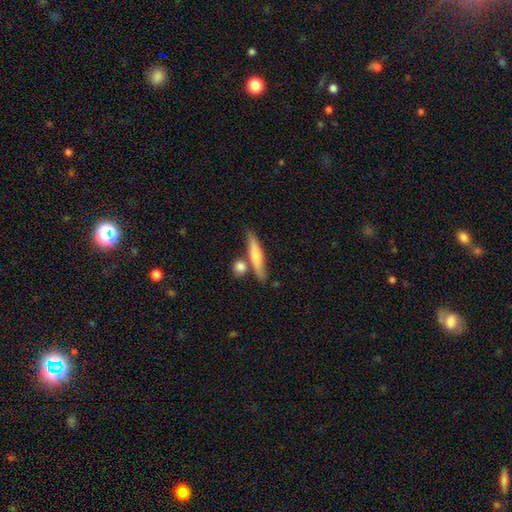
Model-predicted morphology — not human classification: Smooth or featured? smooth (61%)
How rounded? cigar-shaped (83%)
Merging? none (69%)